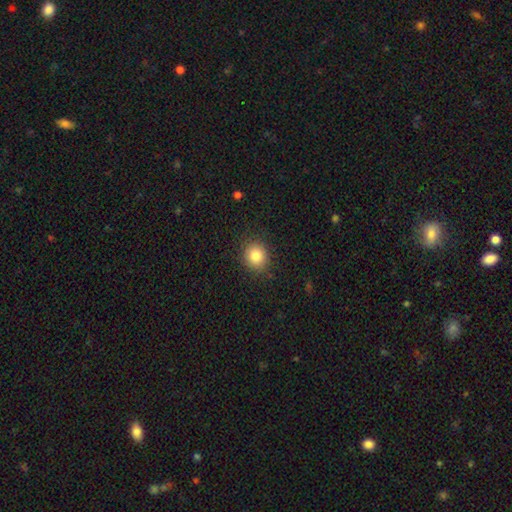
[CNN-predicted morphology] Smooth or featured? smooth (84%)
How rounded? round (84%)
Merging? none (88%)